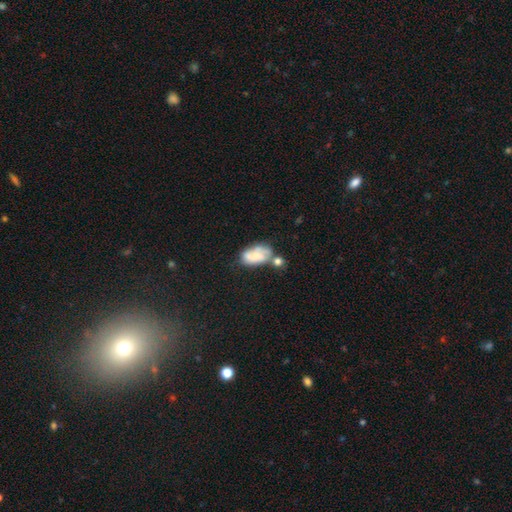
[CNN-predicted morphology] type=smooth (53%); roundness=in between (91%); merging=merger (34%).